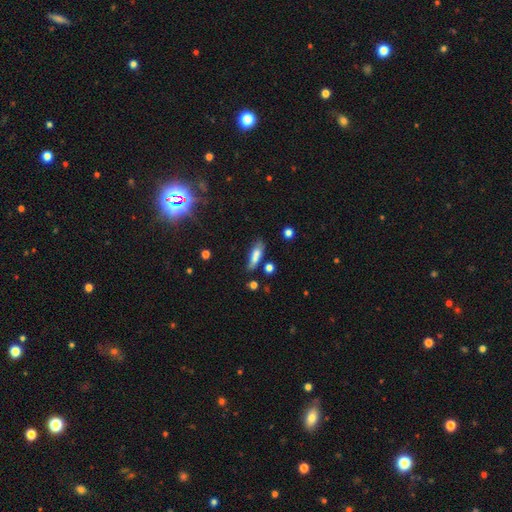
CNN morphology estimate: Smooth or featured? smooth (69%)
How rounded? in between (48%, tied with cigar-shaped)
Merging? none (52%)